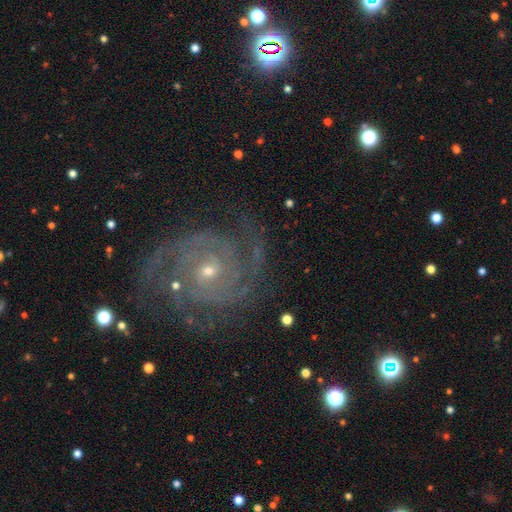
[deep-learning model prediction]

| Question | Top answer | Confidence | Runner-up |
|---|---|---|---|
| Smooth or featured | featured or disk | 89% | star or artifact (7%) |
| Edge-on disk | no | 98% | yes (2%) |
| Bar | no | 66% | weak (26%) |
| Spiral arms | yes | 98% | no (2%) |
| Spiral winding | tight | 64% | medium (31%) |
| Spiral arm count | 2 | 40% | 3 (21%) |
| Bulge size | small | 68% | moderate (28%) |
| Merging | none | 77% | minor disturbance (14%) |